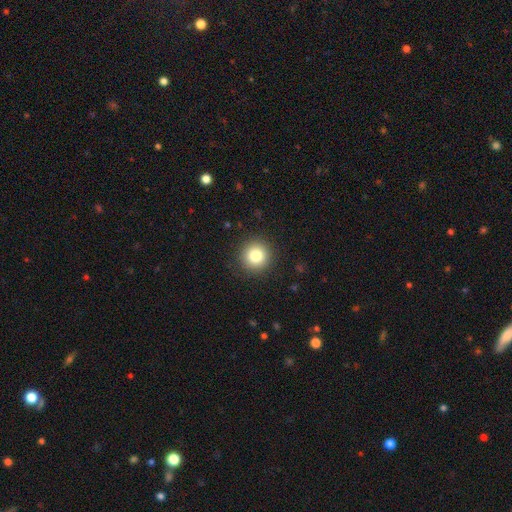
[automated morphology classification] A smooth galaxy with no disk features (82%) that is round (95%).

Vote fractions:
- Smooth or featured? smooth: 82% / star or artifact: 11% / featured or disk: 7%
- How rounded? round: 95% / in between: 4% / cigar-shaped: 1%
- Merging? none: 91% / minor disturbance: 6% / major disturbance: 2% / merger: 1%